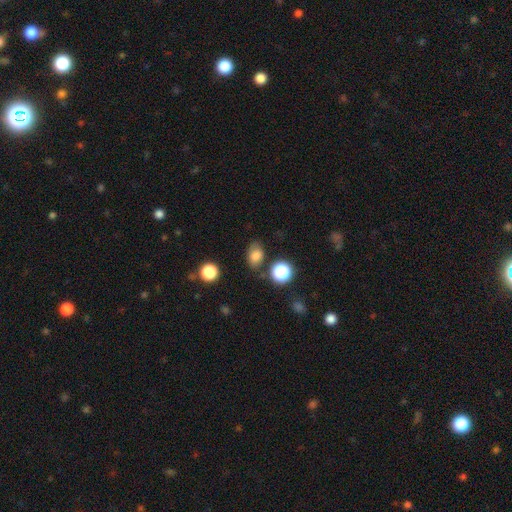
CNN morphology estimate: Smooth or featured?
  - smooth: 79% *
  - star or artifact: 14%
  - featured or disk: 8%
How rounded?
  - in between: 74% *
  - round: 24%
  - cigar-shaped: 1%
Merging?
  - none: 73% *
  - minor disturbance: 17%
  - major disturbance: 5%
  - merger: 5%